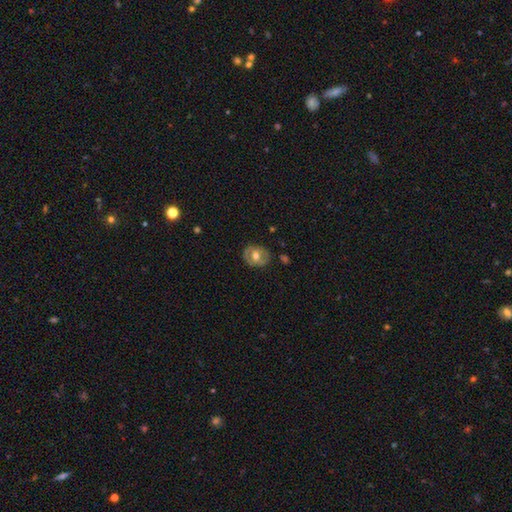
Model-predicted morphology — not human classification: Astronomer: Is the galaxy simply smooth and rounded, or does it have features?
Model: smooth — 48% (runner-up: featured or disk, 45%).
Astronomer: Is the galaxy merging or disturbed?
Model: none — 78%.